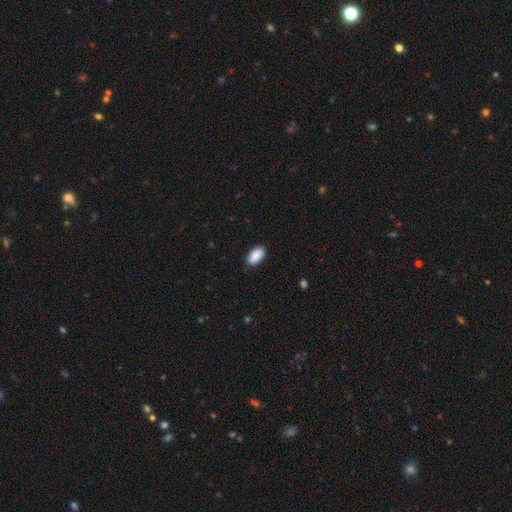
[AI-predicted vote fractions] Smooth or featured?
  - smooth: 89% *
  - star or artifact: 6%
  - featured or disk: 5%
How rounded?
  - in between: 95% *
  - round: 3%
  - cigar-shaped: 2%
Merging?
  - none: 87% *
  - minor disturbance: 11%
  - major disturbance: 2%
  - merger: 1%